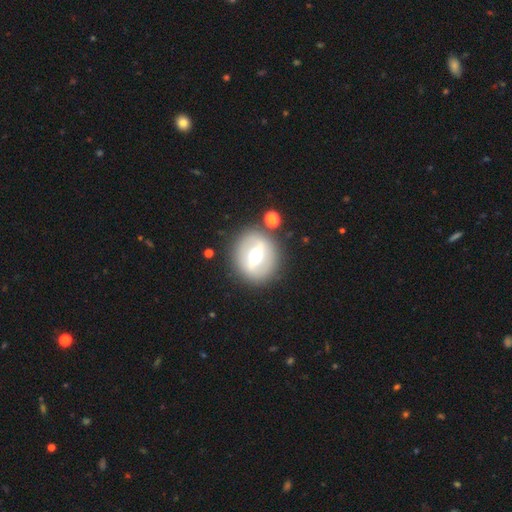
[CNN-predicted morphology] Smooth or featured? Predicted: featured or disk (p=0.59). Edge-on disk? Predicted: no (p=0.87). Bar? Predicted: strong (p=0.55). Spiral arms? Predicted: no (p=0.76). Bulge size? Predicted: moderate (p=0.70). Merging? Predicted: none (p=0.82).